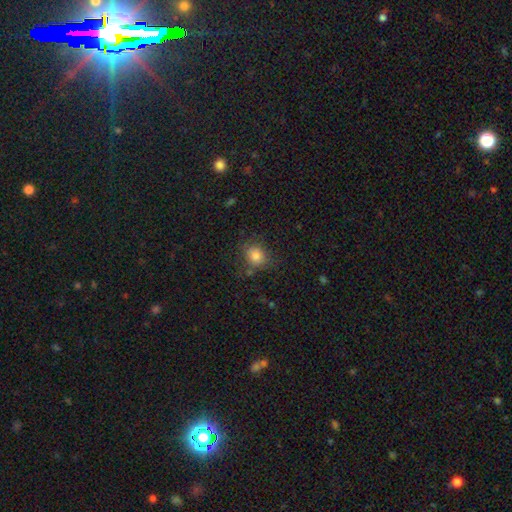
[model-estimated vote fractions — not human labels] smooth-or-featured: smooth: 81% | star or artifact: 12% | featured or disk: 8%
  how-rounded: round: 66% | in between: 33% | cigar-shaped: 1%
  merging: none: 73% | minor disturbance: 18% | major disturbance: 6% | merger: 3%